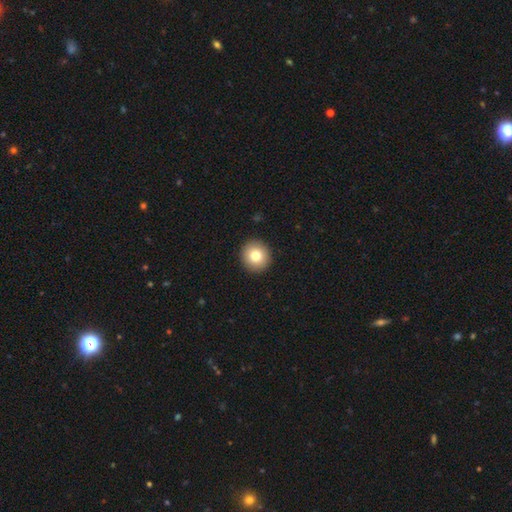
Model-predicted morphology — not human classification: A smooth galaxy with no disk features (79%) that is round (94%).

Vote fractions:
- Smooth or featured? smooth: 79% / featured or disk: 11% / star or artifact: 10%
- How rounded? round: 94% / in between: 5% / cigar-shaped: 1%
- Merging? none: 93% / minor disturbance: 5% / major disturbance: 2% / merger: 1%